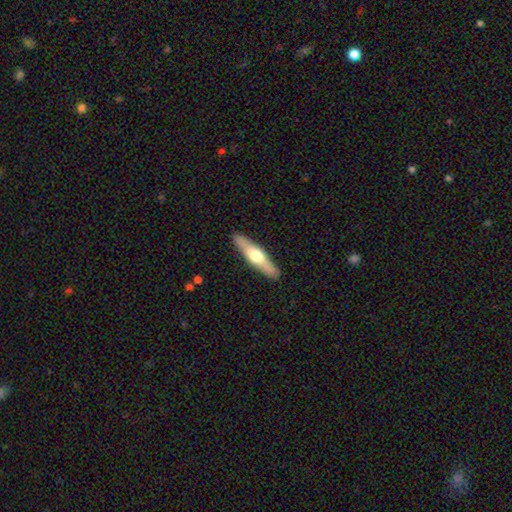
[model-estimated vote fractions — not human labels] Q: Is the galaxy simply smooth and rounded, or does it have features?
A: featured or disk — 51%.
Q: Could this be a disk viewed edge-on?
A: yes — 89%.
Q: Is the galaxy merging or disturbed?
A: none — 90%.